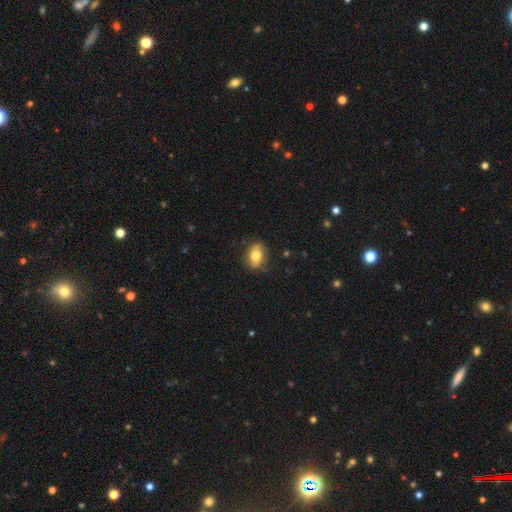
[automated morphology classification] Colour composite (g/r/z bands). It shows a smooth galaxy with no disk features (73%) that is in between round and cigar-shaped (75%). Merging: none (80%).